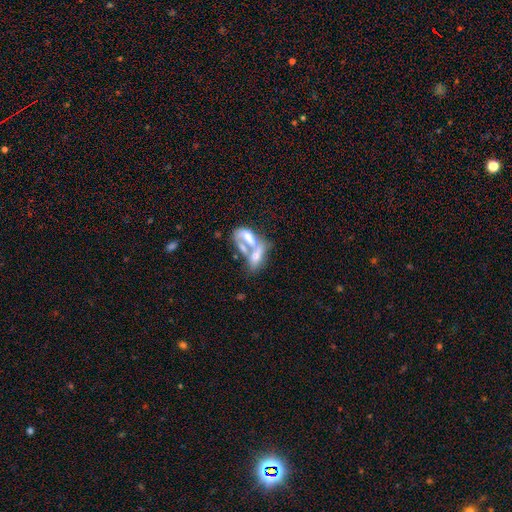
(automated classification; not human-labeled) Smooth or featured: featured or disk — 46% (smooth — 44%)
Merging: merger — 70% (major disturbance — 12%)